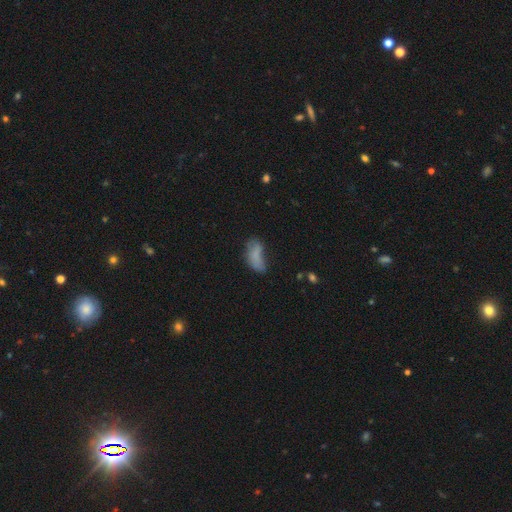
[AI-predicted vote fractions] This appears to be a smooth galaxy with no disk features (72%) that is in between round and cigar-shaped (87%). Merging: none (33%).